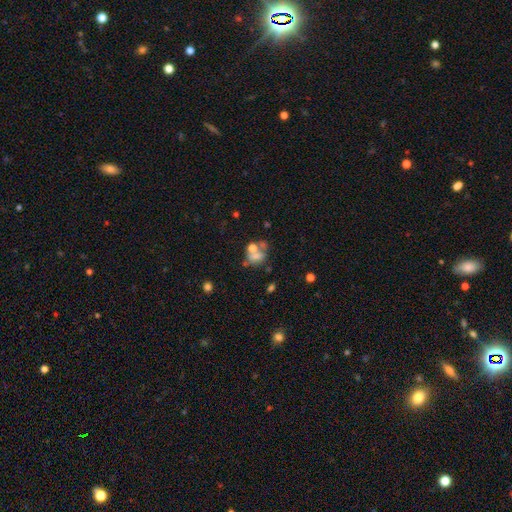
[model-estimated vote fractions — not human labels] smooth_or_featured: smooth (p=0.55) [alt: featured or disk p=0.29]
how_rounded: in between (p=0.61) [alt: round p=0.37]
merging: merger (p=0.38) [alt: none p=0.30]